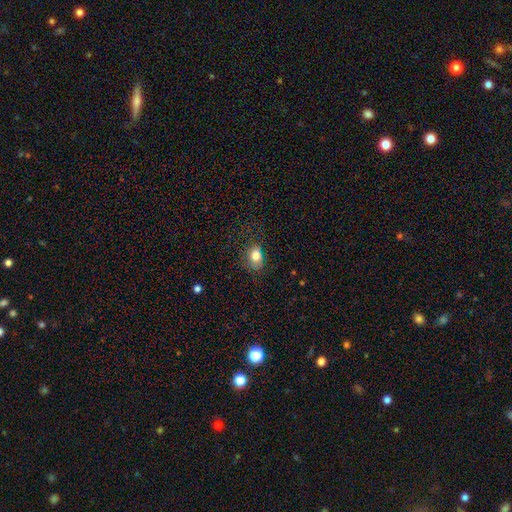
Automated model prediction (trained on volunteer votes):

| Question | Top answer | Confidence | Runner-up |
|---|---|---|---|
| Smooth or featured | smooth | 82% | star or artifact (10%) |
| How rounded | in between | 68% | round (30%) |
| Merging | none | 63% | minor disturbance (23%) |